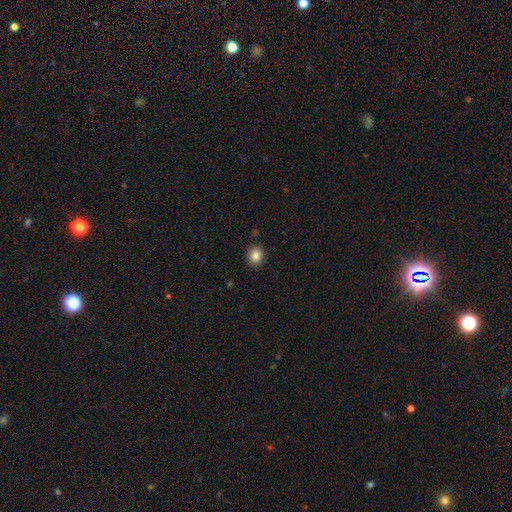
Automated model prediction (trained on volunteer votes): Q: Smooth or featured?
A: smooth (85%); runner-up: star or artifact (10%)
Q: How rounded?
A: round (78%); runner-up: in between (22%)
Q: Merging?
A: none (89%); runner-up: minor disturbance (7%)